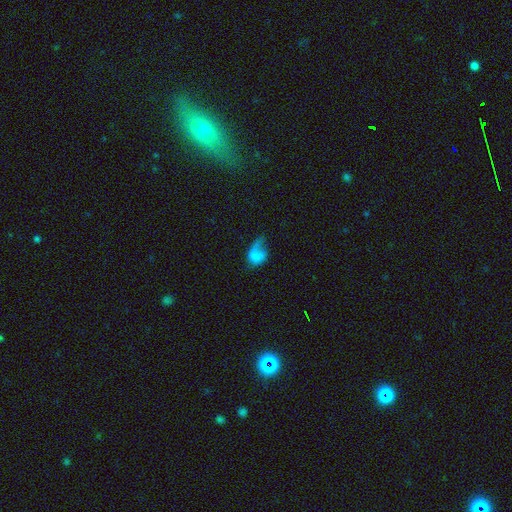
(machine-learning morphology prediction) Overall: smooth (55%; featured or disk 33%). How rounded: in between (79%). Merging: major disturbance (50%; none 24%).